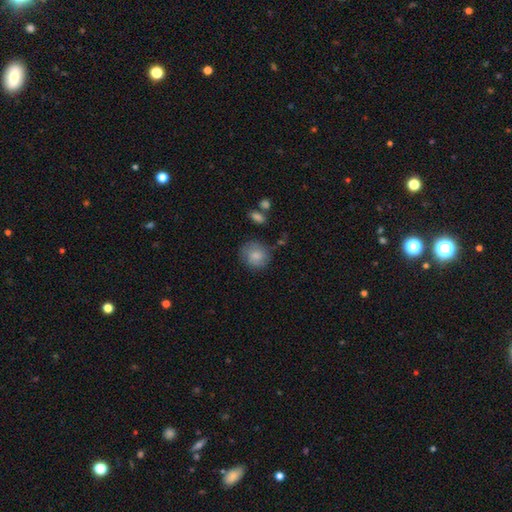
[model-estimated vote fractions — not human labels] Q: Smooth or featured?
A: smooth (81%); runner-up: featured or disk (12%)
Q: How rounded?
A: round (80%); runner-up: in between (19%)
Q: Merging?
A: none (73%); runner-up: minor disturbance (19%)